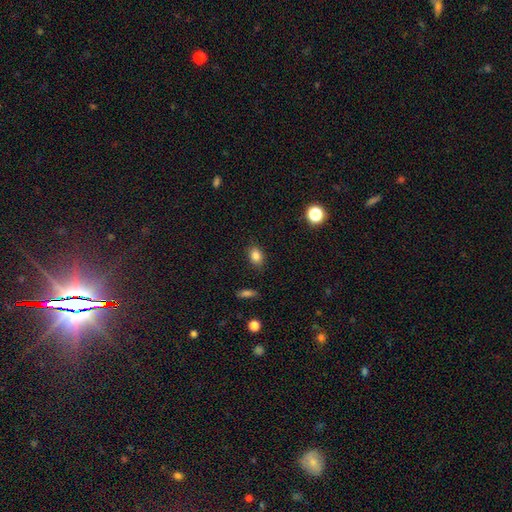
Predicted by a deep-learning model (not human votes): smooth 84%, star or artifact 11%, featured or disk 6%. Down the decision tree: how rounded — in between (71%); merging — none (85%).